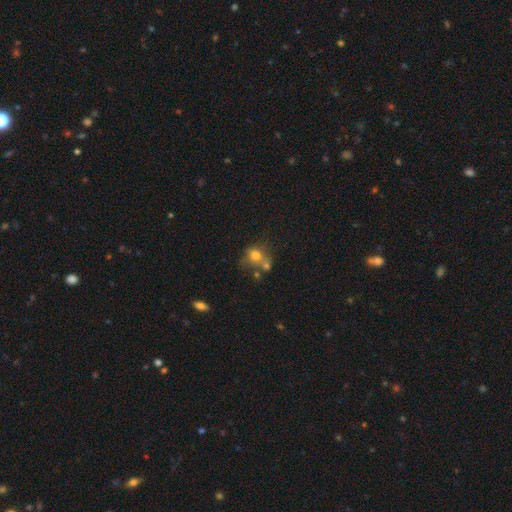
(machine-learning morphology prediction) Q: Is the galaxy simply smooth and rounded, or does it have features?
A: smooth — 71%.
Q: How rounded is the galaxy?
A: round — 71%.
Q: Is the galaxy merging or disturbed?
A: none — 42%.